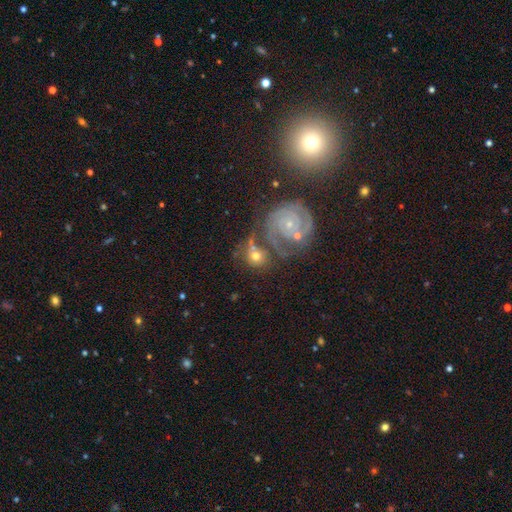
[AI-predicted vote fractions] Q: Smooth or featured?
A: featured or disk (42%); runner-up: star or artifact (35%)
Q: Merging?
A: none (58%); runner-up: merger (19%)